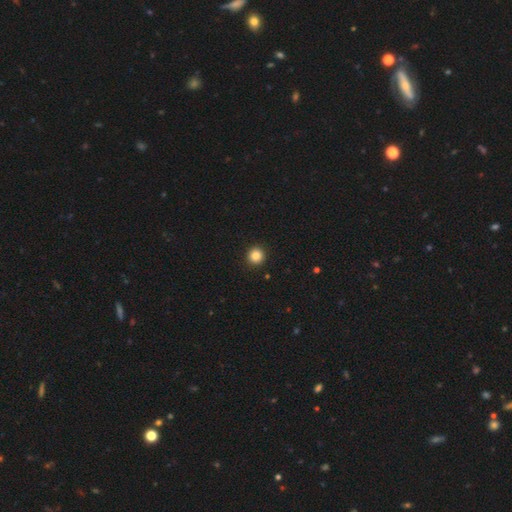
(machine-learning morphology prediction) This appears to be a smooth galaxy with no disk features (85%) that is round (95%). Merging: none (94%).